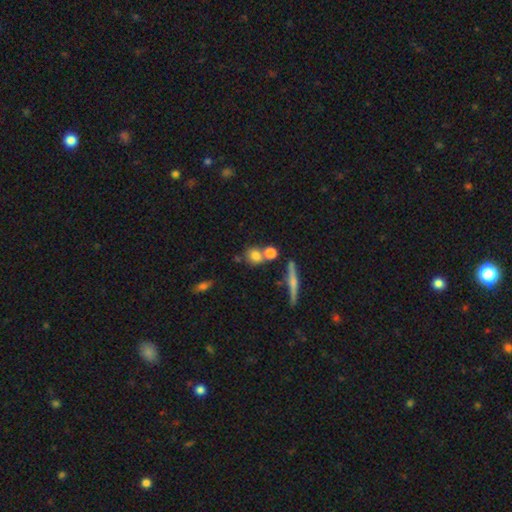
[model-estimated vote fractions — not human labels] The model was most divided on "merging": none: 52%, merger: 33%, minor disturbance: 10%, major disturbance: 4%. More confident: smooth or featured — smooth (74%); how rounded — round (70%).